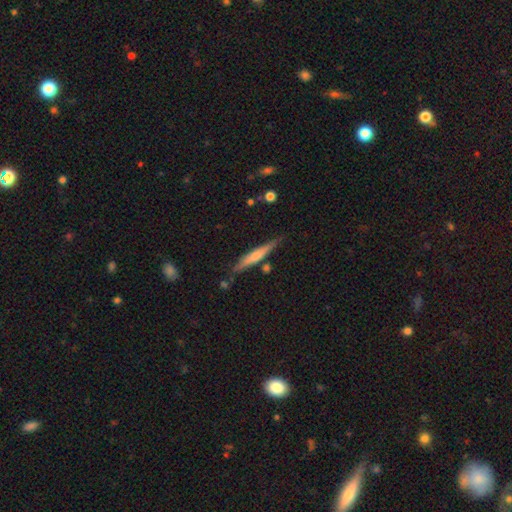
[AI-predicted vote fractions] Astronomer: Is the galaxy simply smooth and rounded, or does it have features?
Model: smooth — 50% (runner-up: featured or disk, 44%).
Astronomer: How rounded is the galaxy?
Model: cigar-shaped — 92%.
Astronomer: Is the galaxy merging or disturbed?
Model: none — 77%.